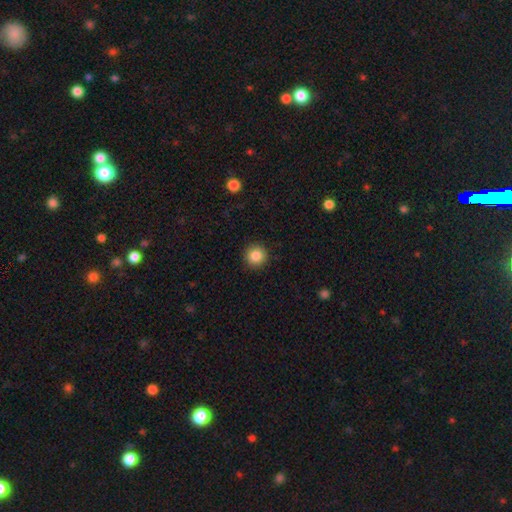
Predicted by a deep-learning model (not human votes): Smooth or featured?
  - smooth: 86% *
  - star or artifact: 10%
  - featured or disk: 5%
How rounded?
  - round: 94% *
  - in between: 5%
  - cigar-shaped: 1%
Merging?
  - none: 92% *
  - minor disturbance: 6%
  - major disturbance: 2%
  - merger: 1%